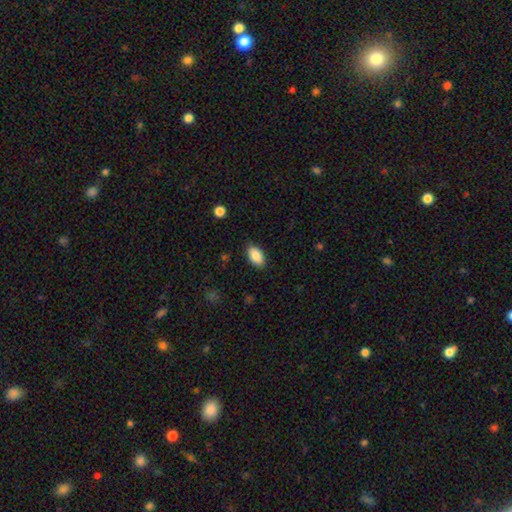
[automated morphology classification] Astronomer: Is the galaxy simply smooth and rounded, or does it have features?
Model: smooth — 88%.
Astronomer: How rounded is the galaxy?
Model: in between — 94%.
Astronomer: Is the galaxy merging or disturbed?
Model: none — 86%.